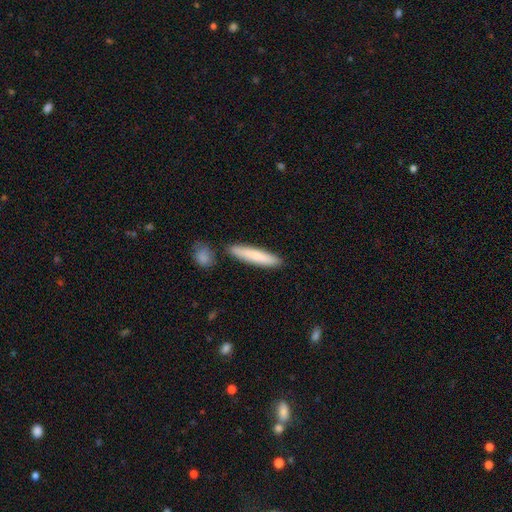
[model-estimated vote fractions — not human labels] Smooth or featured? smooth (79%)
How rounded? cigar-shaped (89%)
Merging? none (82%)